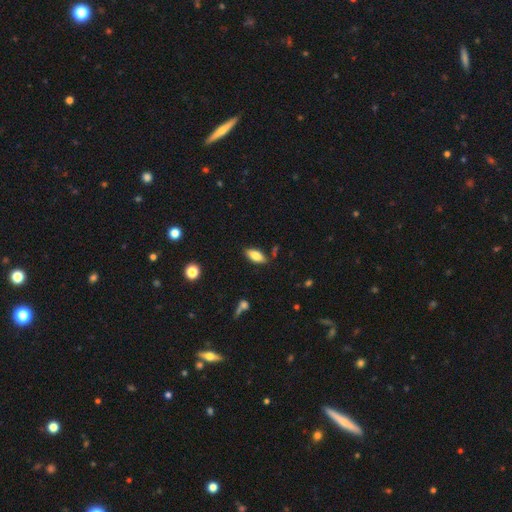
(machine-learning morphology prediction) type=smooth (79%); roundness=in between (82%); merging=none (82%).